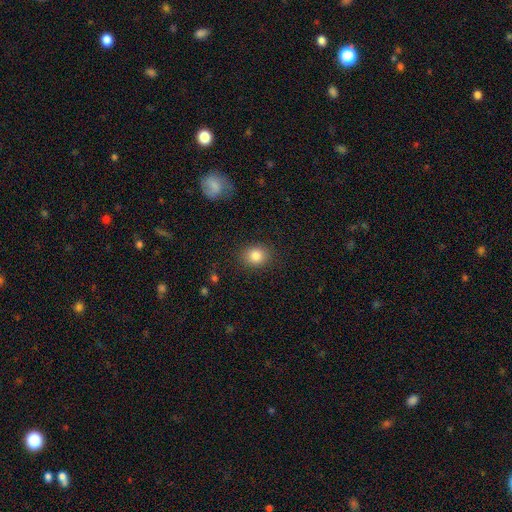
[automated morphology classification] A smooth galaxy with no disk features (84%) that is round (65%). Merging: none (87%).